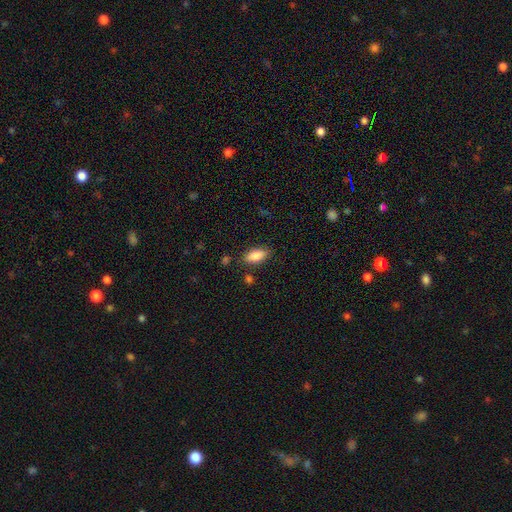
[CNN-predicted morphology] Smooth or featured: smooth — 86% (featured or disk — 7%)
How rounded: in between — 87% (cigar-shaped — 10%)
Merging: none — 83% (minor disturbance — 11%)